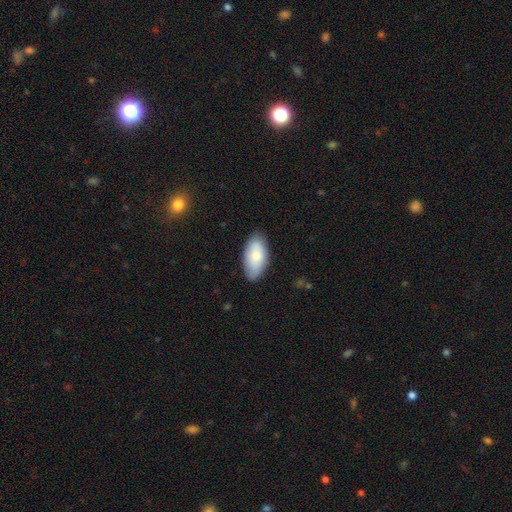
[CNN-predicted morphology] Smooth or featured: smooth — 78% (featured or disk — 16%)
How rounded: in between — 93% (cigar-shaped — 4%)
Merging: none — 81% (minor disturbance — 16%)